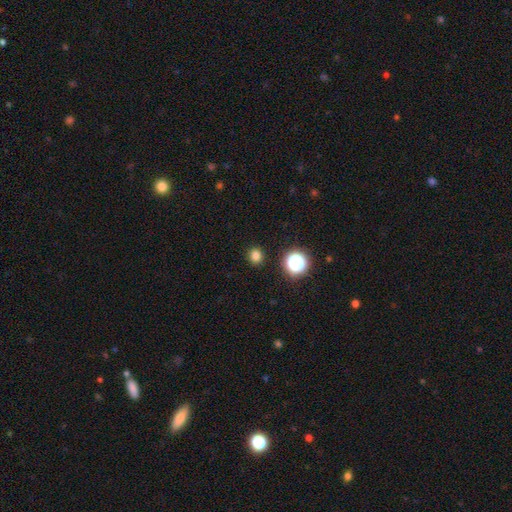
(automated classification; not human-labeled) Overall: smooth (79%). How rounded: round (85%). Merging: none (91%).